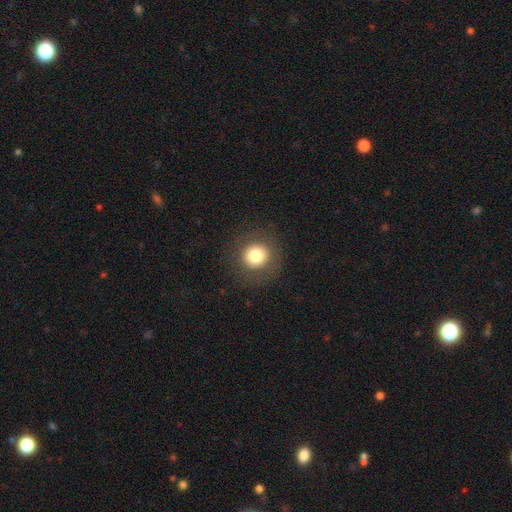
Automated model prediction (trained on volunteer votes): smooth-or-featured: smooth: 79% | star or artifact: 11% | featured or disk: 10%
  how-rounded: round: 94% | in between: 5% | cigar-shaped: 1%
  merging: none: 88% | minor disturbance: 7% | major disturbance: 4% | merger: 1%